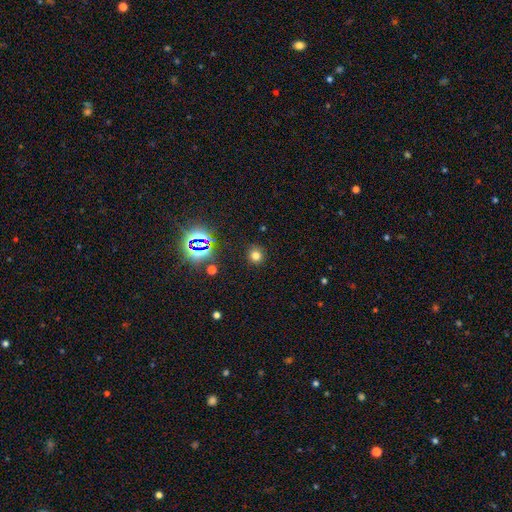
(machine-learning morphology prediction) smooth_or_featured: smooth (p=0.72) [alt: star or artifact p=0.22]
how_rounded: round (p=0.91) [alt: in between p=0.08]
merging: none (p=0.90) [alt: minor disturbance p=0.06]